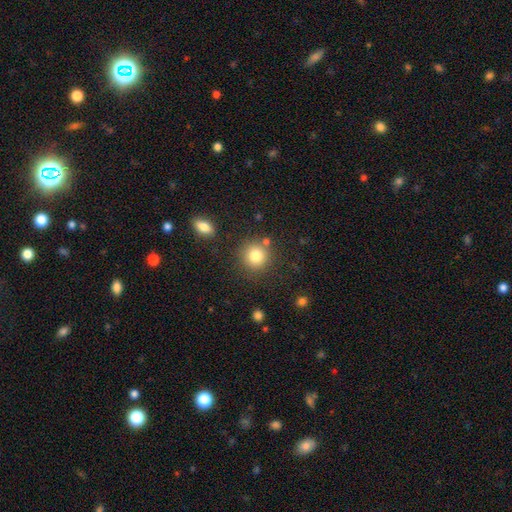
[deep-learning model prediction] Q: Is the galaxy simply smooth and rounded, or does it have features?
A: smooth — 82%.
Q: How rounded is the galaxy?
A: round — 91%.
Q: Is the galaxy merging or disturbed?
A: none — 80%.